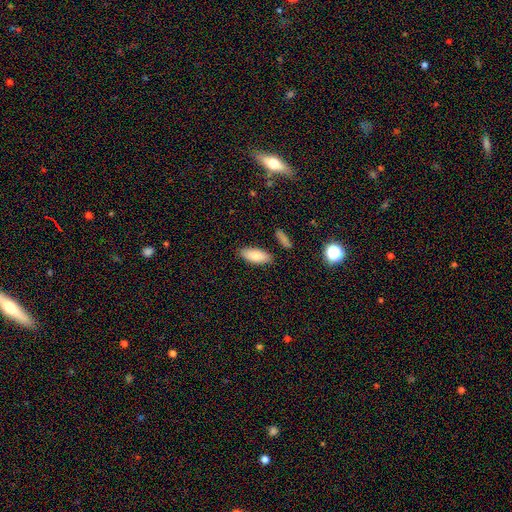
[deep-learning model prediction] This is clearly a smooth galaxy (84%). How rounded: clearly in between (81%). Merging: clearly none (85%).